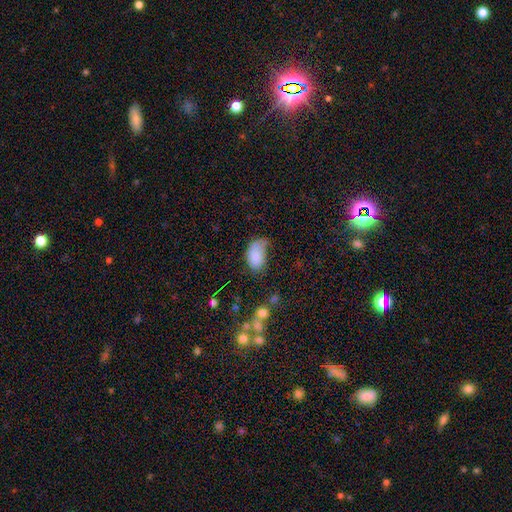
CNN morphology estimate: This is clearly a smooth galaxy (81%). How rounded: clearly in between (92%). Merging: marginally none (38%).